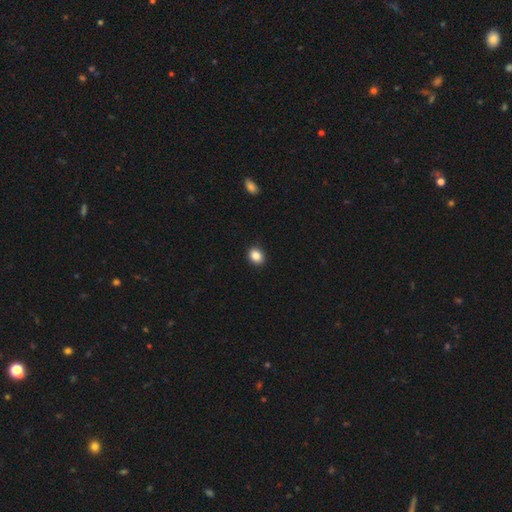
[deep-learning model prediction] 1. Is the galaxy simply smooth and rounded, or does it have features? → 86% smooth, 10% star or artifact, 4% featured or disk.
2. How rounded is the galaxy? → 61% round, 38% in between, 1% cigar-shaped.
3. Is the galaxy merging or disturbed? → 89% none, 8% minor disturbance, 2% major disturbance, 1% merger.